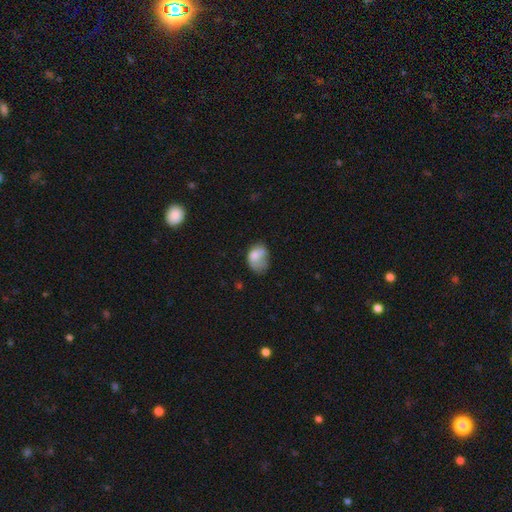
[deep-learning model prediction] smooth-or-featured: smooth: 69% | featured or disk: 22% | star or artifact: 10%
  how-rounded: in between: 73% | round: 26% | cigar-shaped: 1%
  merging: minor disturbance: 32% | major disturbance: 28% | none: 26% | merger: 14%